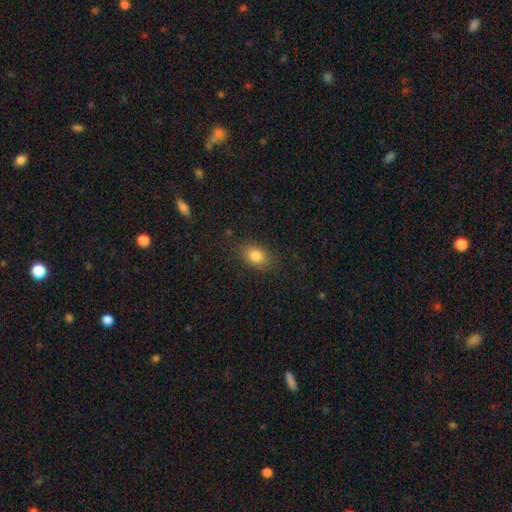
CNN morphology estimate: The model was most divided on "how rounded": in between: 75%, round: 23%, cigar-shaped: 2%. More confident: smooth or featured — smooth (82%); merging — none (82%).